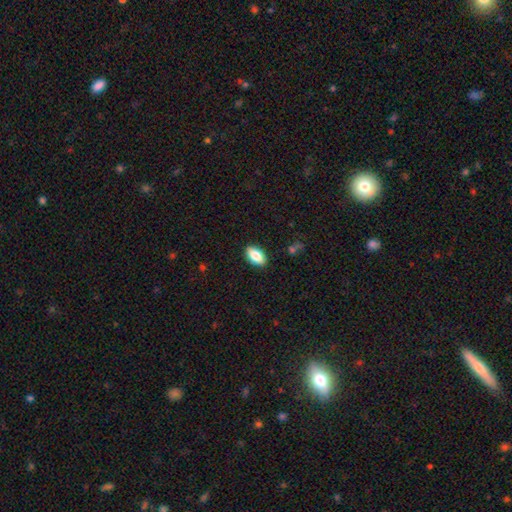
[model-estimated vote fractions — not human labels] This is clearly a smooth galaxy (85%). How rounded: clearly in between (92%). Merging: clearly none (89%).